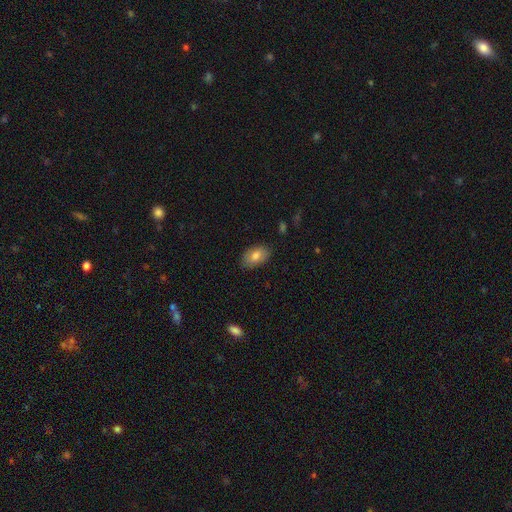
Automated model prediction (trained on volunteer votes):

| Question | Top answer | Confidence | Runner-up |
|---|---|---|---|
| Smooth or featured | smooth | 80% | featured or disk (13%) |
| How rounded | in between | 93% | round (5%) |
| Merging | none | 83% | minor disturbance (13%) |